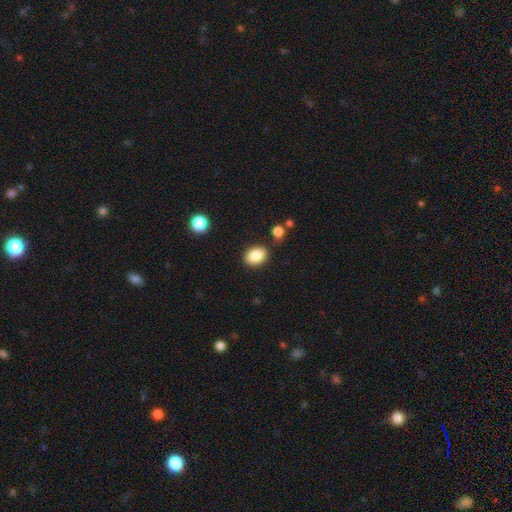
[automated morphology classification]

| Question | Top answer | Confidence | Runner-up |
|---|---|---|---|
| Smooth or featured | smooth | 85% | star or artifact (8%) |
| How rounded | in between | 70% | round (29%) |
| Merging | none | 84% | minor disturbance (10%) |